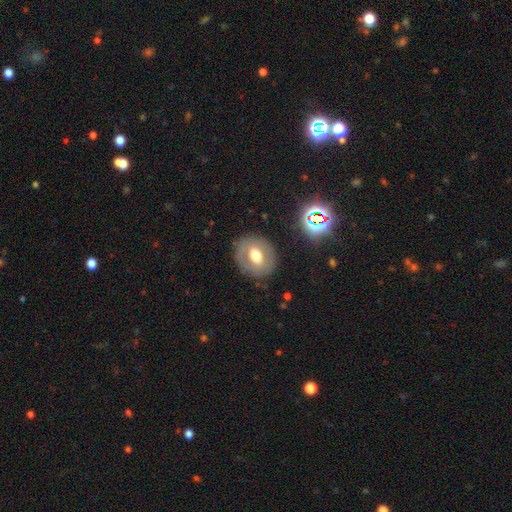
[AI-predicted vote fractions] The model was most divided on "smooth or featured": smooth: 50%, featured or disk: 40%, star or artifact: 10%. More confident: merging — none (82%); how rounded — round (62%).